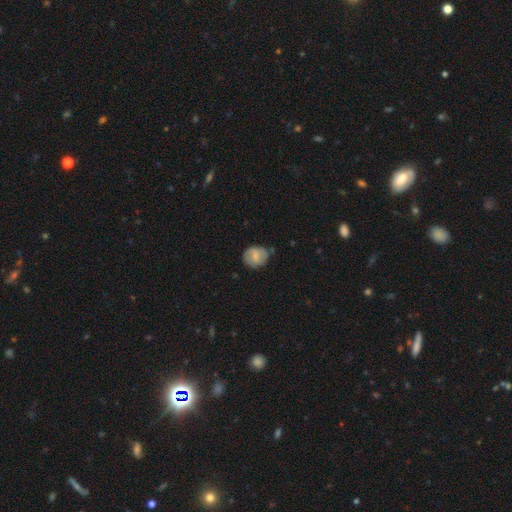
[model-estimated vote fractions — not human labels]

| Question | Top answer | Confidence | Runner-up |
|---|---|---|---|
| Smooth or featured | smooth | 63% | featured or disk (29%) |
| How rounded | round | 59% | in between (39%) |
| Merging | none | 62% | minor disturbance (28%) |